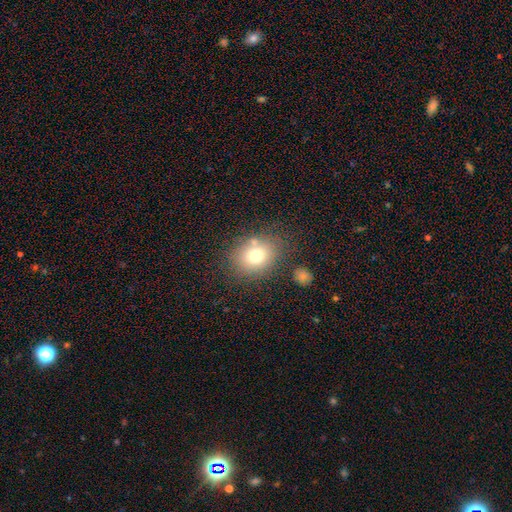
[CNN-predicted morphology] A smooth galaxy with no disk features (73%) that is round (51%). Merging: none (70%).